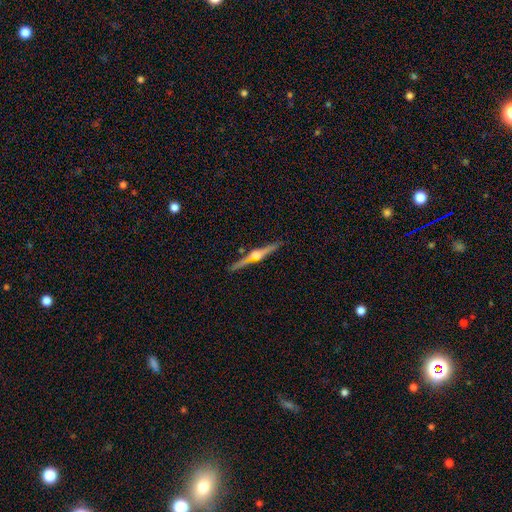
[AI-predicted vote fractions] This is likely a featured or disk galaxy (79%). It is clearly viewed edge-on (98%). Edge-on bulge: clearly rounded (91%). Merging: clearly none (89%).